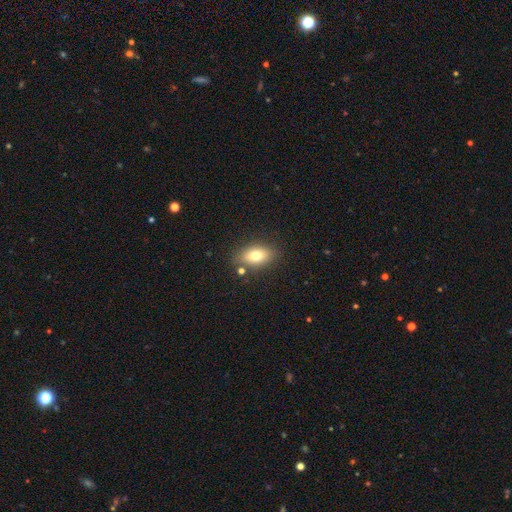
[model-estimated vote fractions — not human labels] Overall: smooth (75%). How rounded: in between (85%). Merging: none (80%).